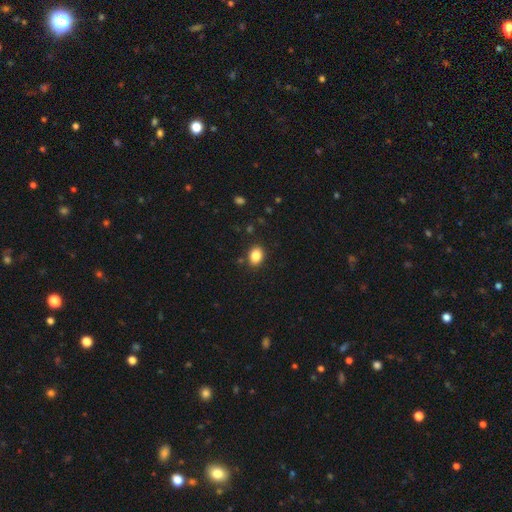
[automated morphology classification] smooth_or_featured: smooth (p=0.86) [alt: star or artifact p=0.09]
how_rounded: in between (p=0.70) [alt: round p=0.29]
merging: none (p=0.87) [alt: minor disturbance p=0.09]